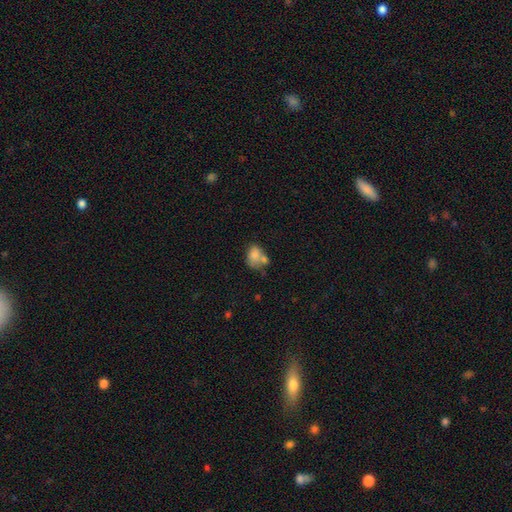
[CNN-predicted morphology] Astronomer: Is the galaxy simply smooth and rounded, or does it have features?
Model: smooth — 77%.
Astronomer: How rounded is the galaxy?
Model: in between — 68%.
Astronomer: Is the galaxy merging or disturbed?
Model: merger — 41% (runner-up: none, 32%).